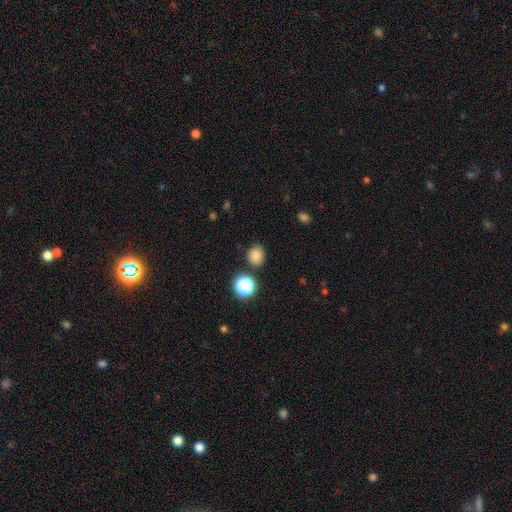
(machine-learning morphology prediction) This appears to be a smooth galaxy with no disk features (81%) that is round (67%). Merging: none (82%).